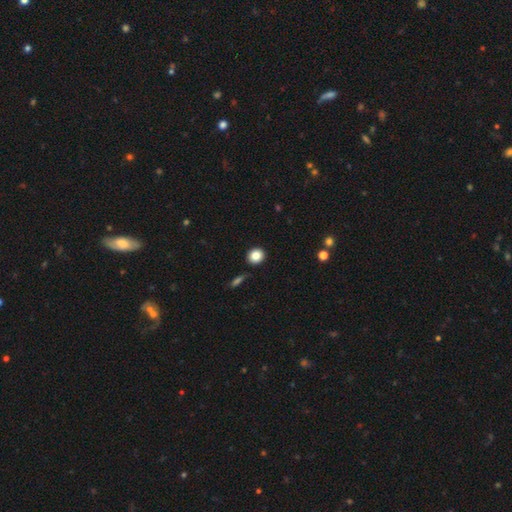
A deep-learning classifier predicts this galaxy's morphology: Smooth or featured? Predicted: smooth (p=0.84). How rounded? Predicted: round (p=0.83). Merging? Predicted: none (p=0.88).